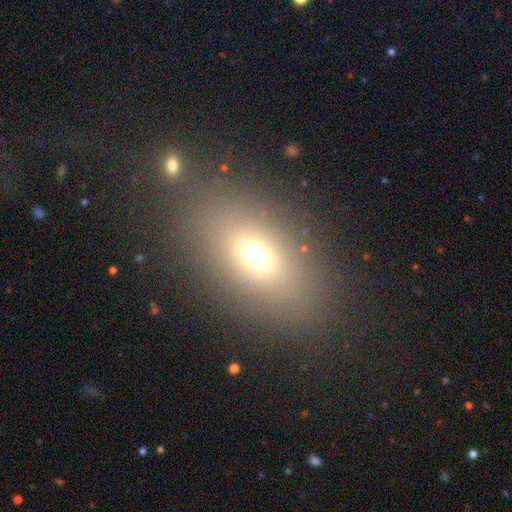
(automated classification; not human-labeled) A smooth galaxy with no disk features (67%) that is in between round and cigar-shaped (76%). Merging: none (81%).